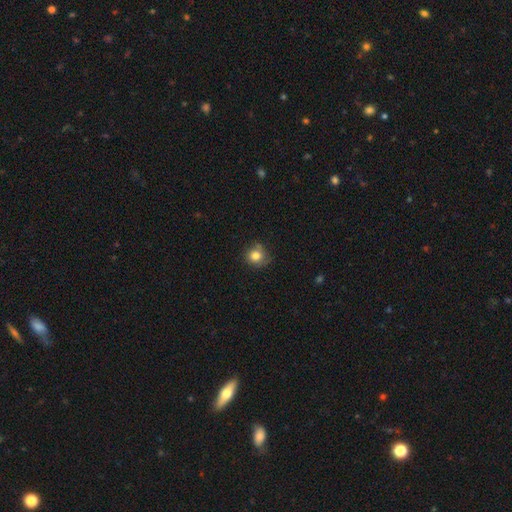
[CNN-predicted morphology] Smooth or featured? smooth (80%)
How rounded? round (87%)
Merging? none (70%)